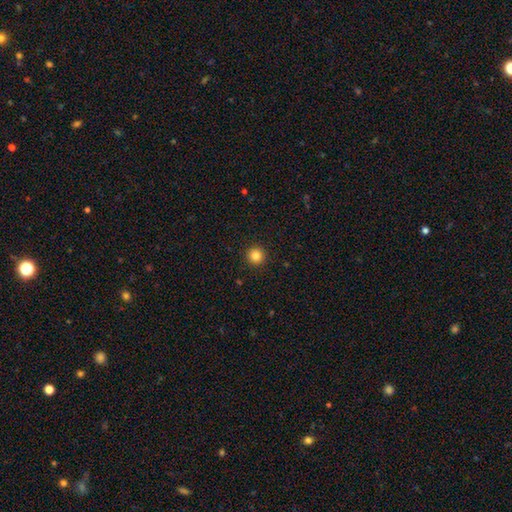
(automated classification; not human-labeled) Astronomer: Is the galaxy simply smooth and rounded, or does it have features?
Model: smooth — 84%.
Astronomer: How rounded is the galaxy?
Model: round — 96%.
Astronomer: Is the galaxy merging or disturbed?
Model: none — 93%.